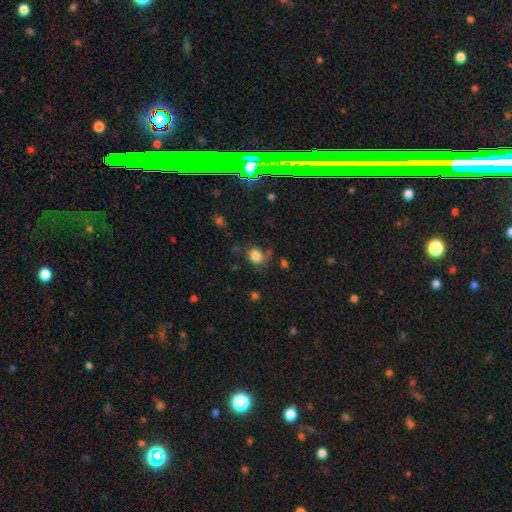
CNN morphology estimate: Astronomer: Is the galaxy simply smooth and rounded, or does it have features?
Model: smooth — 81%.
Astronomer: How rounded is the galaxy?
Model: round — 55% (runner-up: in between, 44%).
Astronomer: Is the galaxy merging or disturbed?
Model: none — 56%.